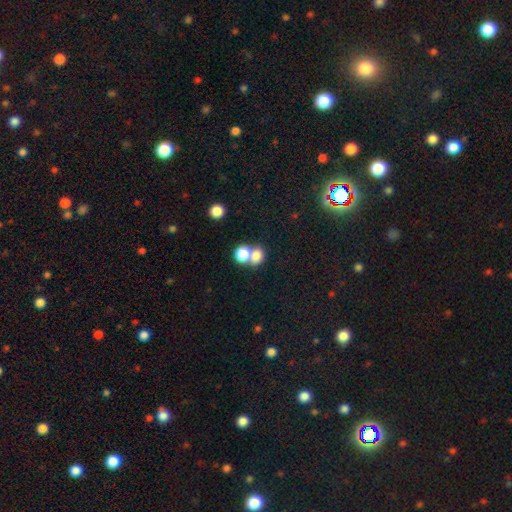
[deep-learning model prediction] Smooth or featured? Predicted: smooth (p=0.78). How rounded? Predicted: round (p=0.52). Merging? Predicted: merger (p=0.59).